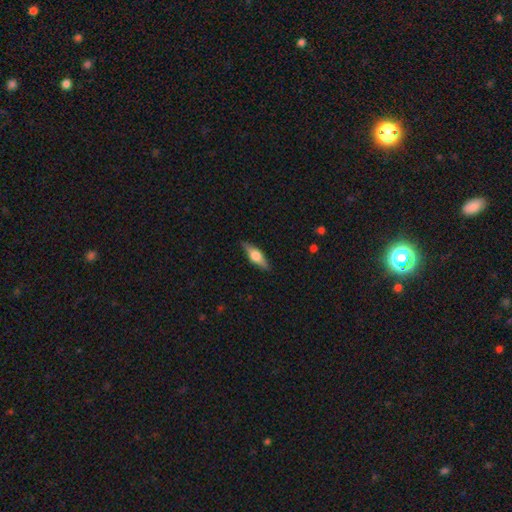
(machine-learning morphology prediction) Smooth or featured? Predicted: featured or disk (p=0.49). Merging? Predicted: none (p=0.87).